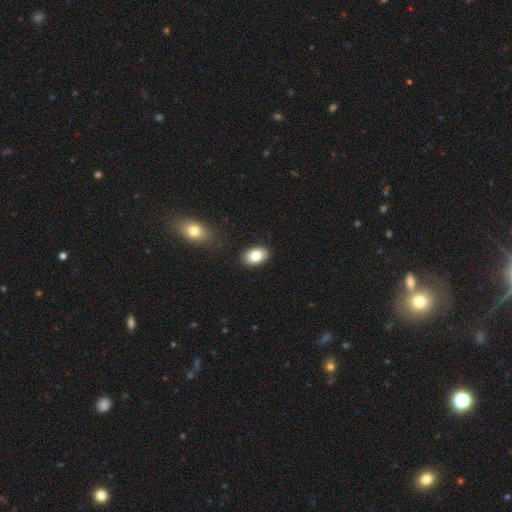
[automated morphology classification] smooth-or-featured: smooth: 82% | featured or disk: 11% | star or artifact: 8%
  how-rounded: in between: 89% | round: 10% | cigar-shaped: 1%
  merging: none: 88% | minor disturbance: 8% | major disturbance: 2% | merger: 2%